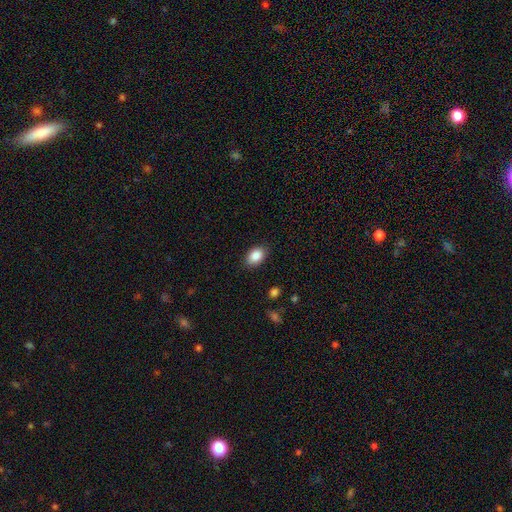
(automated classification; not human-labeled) The model was most divided on "how rounded": in between: 85%, round: 13%, cigar-shaped: 1%. More confident: smooth or featured — smooth (88%); merging — none (86%).